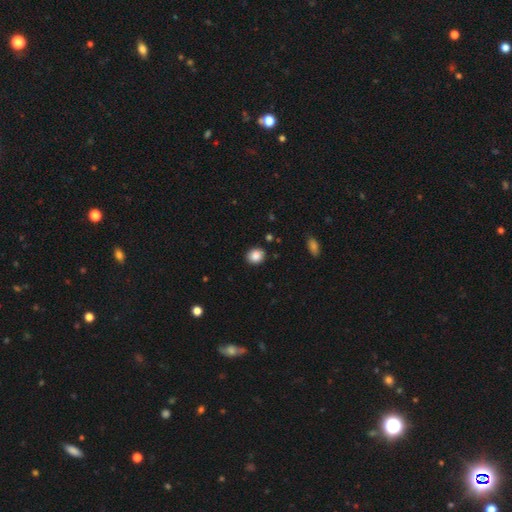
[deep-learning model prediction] Overall: smooth (87%). How rounded: round (64%; in between 35%). Merging: none (89%).